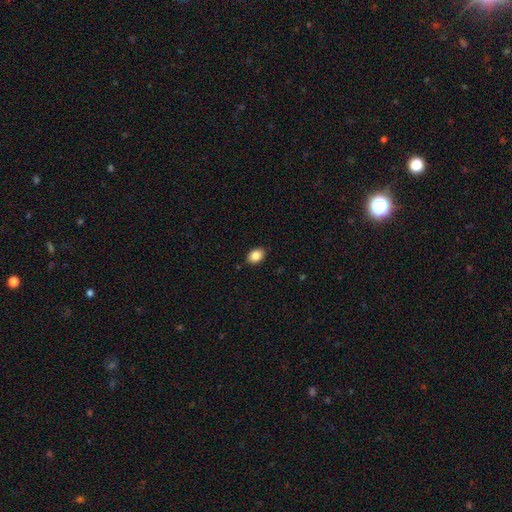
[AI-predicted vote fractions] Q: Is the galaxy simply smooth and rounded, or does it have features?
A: smooth — 86%.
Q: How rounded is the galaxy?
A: in between — 77%.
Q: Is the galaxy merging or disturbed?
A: none — 86%.